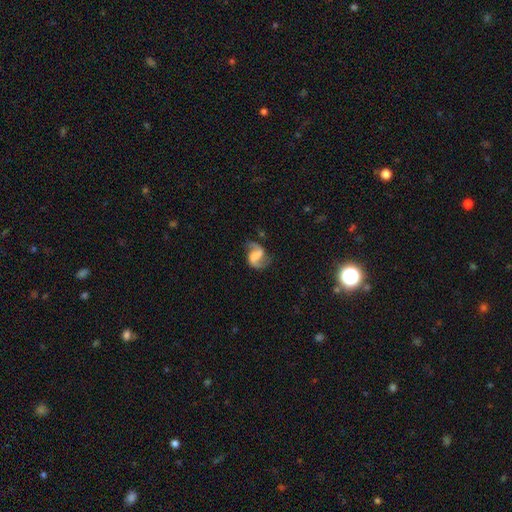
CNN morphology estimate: Overall: featured or disk (82%). Edge-on disk: no (98%). Bar: weak (42%; strong 35%). Spiral arms: yes (95%). Spiral arm count: 2 (91%). Spiral winding: loose (57%; medium 34%). Bulge size: none (54%; small 20%). Merging: none (70%).